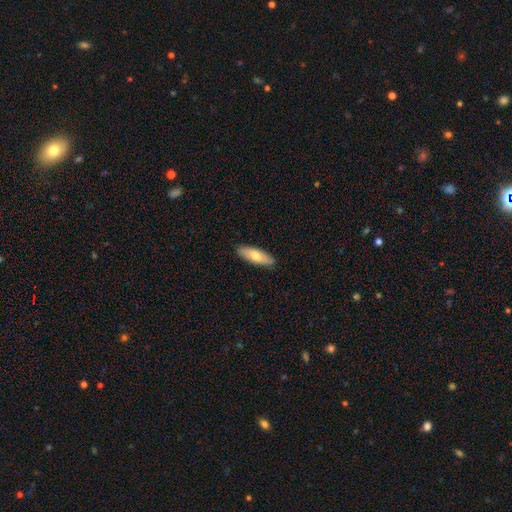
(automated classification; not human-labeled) smooth 72%, featured or disk 22%, star or artifact 5%. Down the decision tree: how rounded — in between (58%); merging — none (90%).